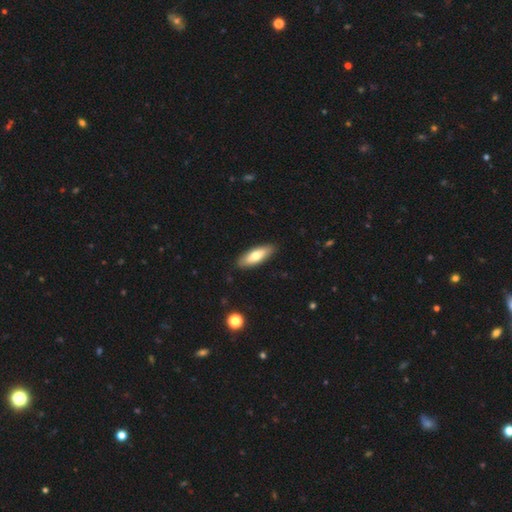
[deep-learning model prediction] A smooth galaxy with no disk features (71%) that is in between round and cigar-shaped (59%).

Vote fractions:
- Smooth or featured? smooth: 71% / featured or disk: 23% / star or artifact: 5%
- How rounded? in between: 59% / cigar-shaped: 39% / round: 2%
- Merging? none: 88% / minor disturbance: 9% / major disturbance: 2% / merger: 1%